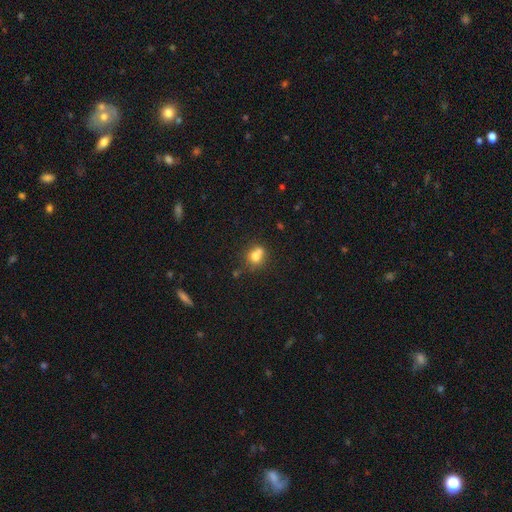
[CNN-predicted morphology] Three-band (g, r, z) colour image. It shows a smooth galaxy with no disk features (72%) that is round (69%). Merging: none (45%).